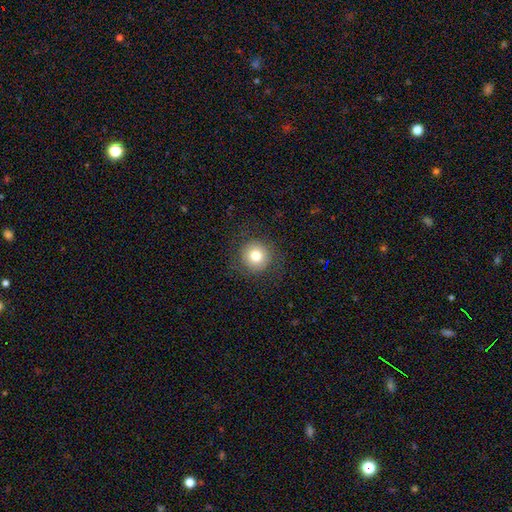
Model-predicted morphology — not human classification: smooth 76%, featured or disk 12%, star or artifact 11%. Down the decision tree: how rounded — round (95%); merging — none (86%).